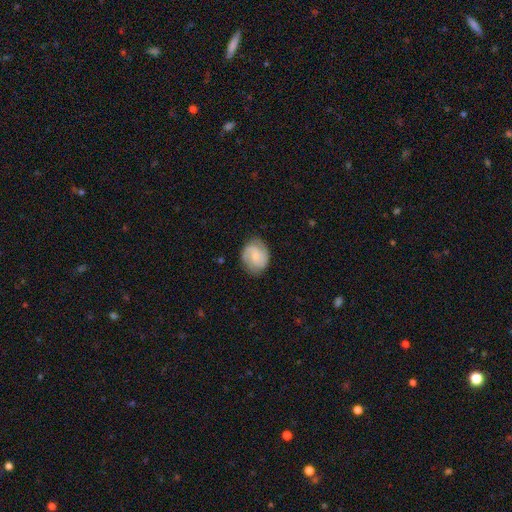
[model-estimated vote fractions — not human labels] This is likely a featured or disk galaxy (65%). It is clearly not viewed edge-on (98%). Bar: possibly no (60%). Spiral arm pattern: clearly yes (94%). Spiral arm count: possibly 2 (58%). Spiral winding: marginally tight (43%, tied with medium). Central bulge: possibly small (51%). Merging: likely none (77%).